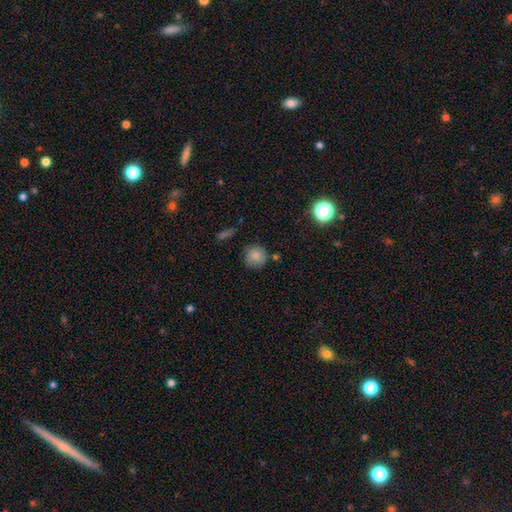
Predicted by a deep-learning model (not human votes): A smooth galaxy with no disk features (83%) that is round (91%).

Vote fractions:
- Smooth or featured? smooth: 83% / star or artifact: 11% / featured or disk: 6%
- How rounded? round: 91% / in between: 8% / cigar-shaped: 1%
- Merging? none: 76% / minor disturbance: 16% / merger: 5% / major disturbance: 4%